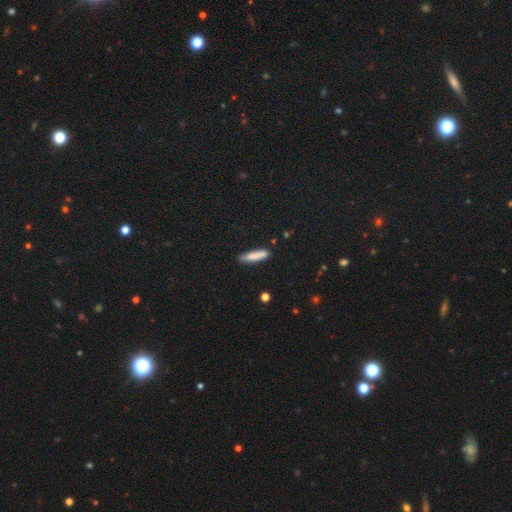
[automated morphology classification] Smooth or featured?
  - smooth: 82% *
  - featured or disk: 12%
  - star or artifact: 6%
How rounded?
  - cigar-shaped: 84% *
  - in between: 15%
  - round: 1%
Merging?
  - none: 84% *
  - minor disturbance: 11%
  - merger: 2%
  - major disturbance: 2%